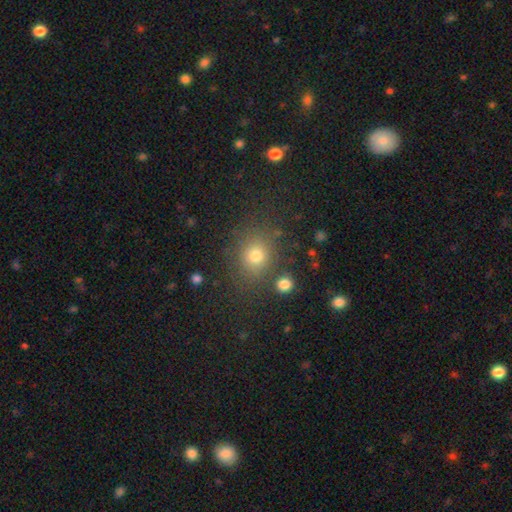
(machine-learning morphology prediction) The model was most divided on "how rounded": round: 74%, in between: 25%, cigar-shaped: 1%. More confident: merging — none (81%); smooth or featured — smooth (74%).